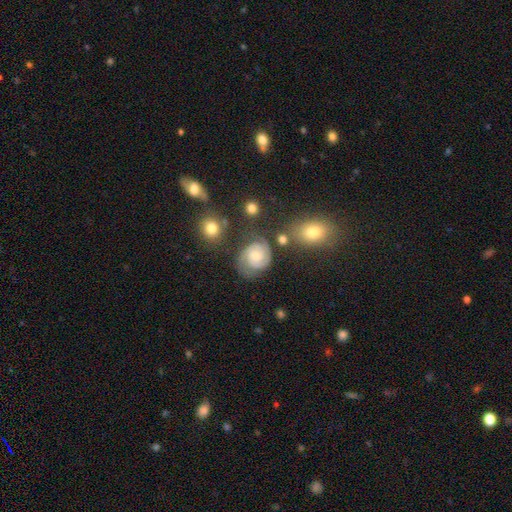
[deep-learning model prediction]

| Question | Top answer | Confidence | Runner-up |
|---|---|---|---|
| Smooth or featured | featured or disk | 74% | smooth (18%) |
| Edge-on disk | no | 98% | yes (2%) |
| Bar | no | 61% | weak (34%) |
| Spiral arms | yes | 95% | no (5%) |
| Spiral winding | tight | 56% | medium (36%) |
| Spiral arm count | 2 | 69% | can't tell (13%) |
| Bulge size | moderate | 36% | small (34%) |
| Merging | none | 66% | minor disturbance (19%) |